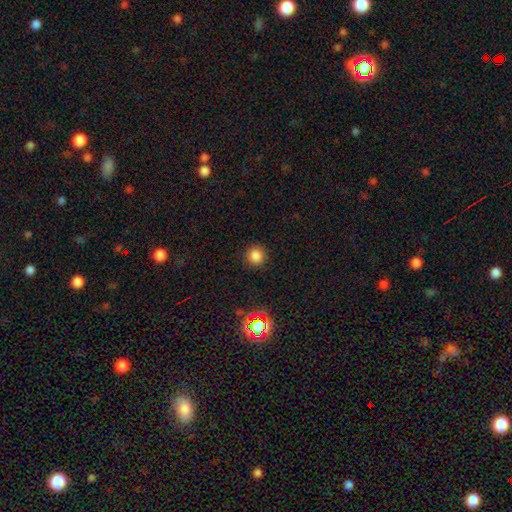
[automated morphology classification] Smooth or featured: smooth — 82% (star or artifact — 15%)
How rounded: round — 92% (in between — 7%)
Merging: none — 90% (minor disturbance — 7%)